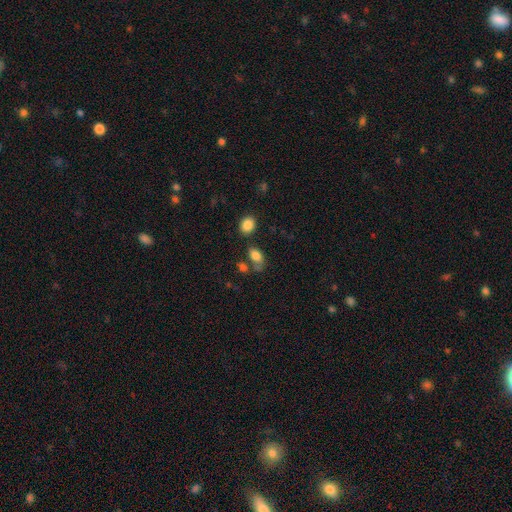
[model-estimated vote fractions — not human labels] Smooth or featured: smooth — 82% (star or artifact — 10%)
How rounded: in between — 87% (round — 11%)
Merging: none — 53% (merger — 21%)